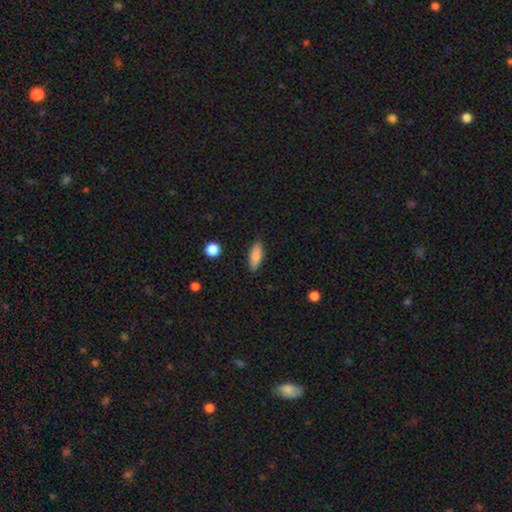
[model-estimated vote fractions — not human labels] This appears to be a smooth galaxy with no disk features (86%) that is in between round and cigar-shaped (69%). Merging: none (86%).